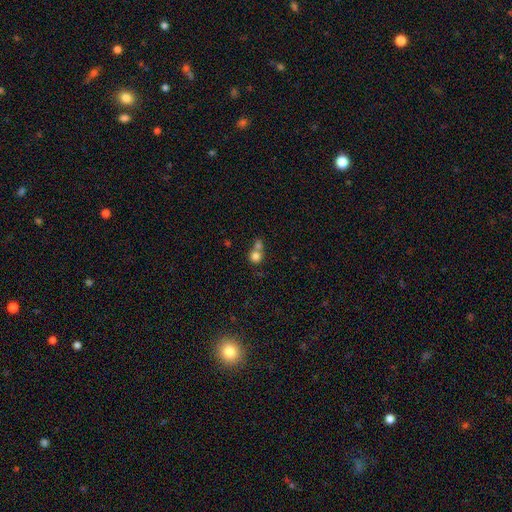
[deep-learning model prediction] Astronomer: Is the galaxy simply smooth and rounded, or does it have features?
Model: smooth — 79%.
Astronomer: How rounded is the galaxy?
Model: round — 85%.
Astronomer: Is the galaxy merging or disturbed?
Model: merger — 56% (runner-up: none, 35%).